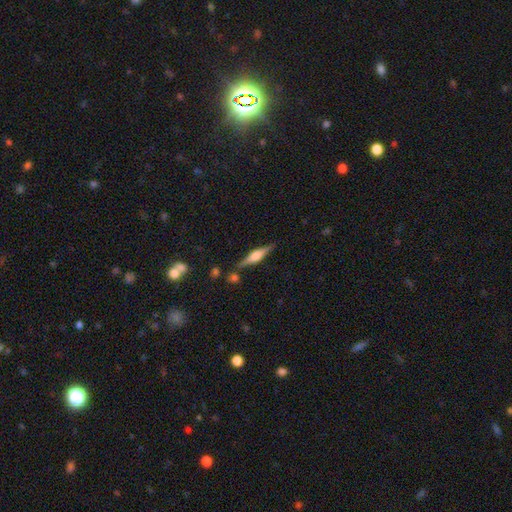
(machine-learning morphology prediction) Overall: featured or disk (68%). Edge-on disk: yes (97%). Edge-on bulge: rounded (73%). Merging: none (83%).